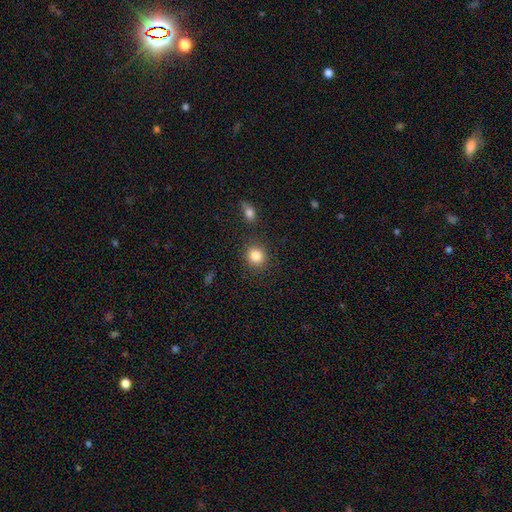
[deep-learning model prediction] The model was most divided on "how rounded": round: 82%, in between: 17%, cigar-shaped: 1%. More confident: smooth or featured — smooth (86%); merging — none (84%).